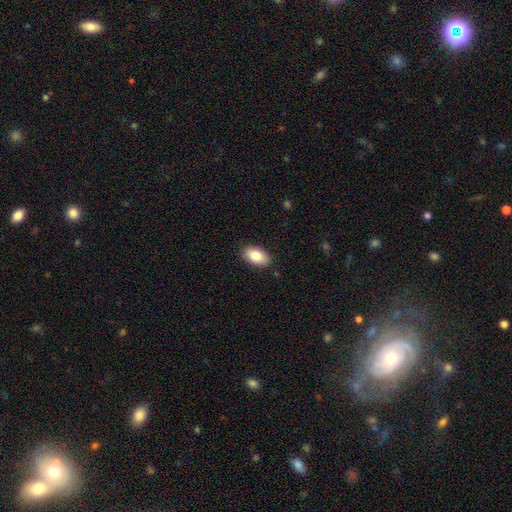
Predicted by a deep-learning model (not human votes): Smooth or featured? Predicted: smooth (p=0.83). How rounded? Predicted: in between (p=0.93). Merging? Predicted: none (p=0.88).